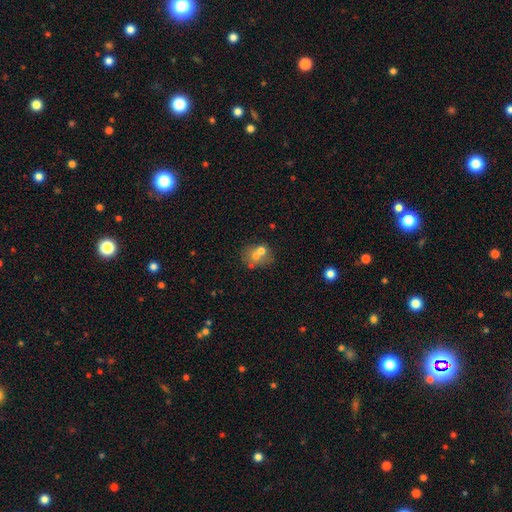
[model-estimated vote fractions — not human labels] A smooth galaxy with no disk features (60%) that is round (63%).

Vote fractions:
- Smooth or featured? smooth: 60% / featured or disk: 27% / star or artifact: 13%
- How rounded? round: 63% / in between: 36% / cigar-shaped: 1%
- Merging? merger: 47% / none: 37% / minor disturbance: 10% / major disturbance: 6%